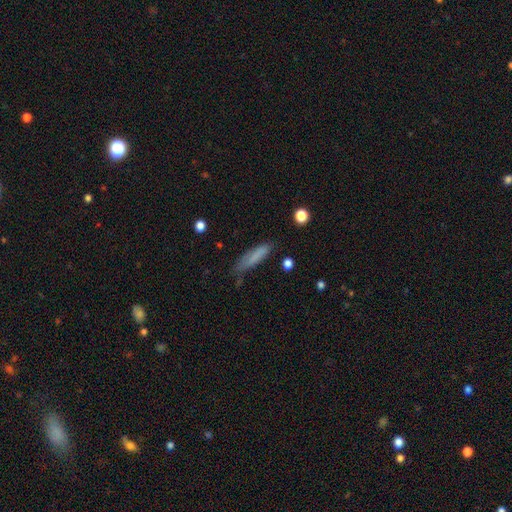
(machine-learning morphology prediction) This appears to be a smooth galaxy with no disk features (77%) that is cigar-shaped (77%). Merging: none (71%).